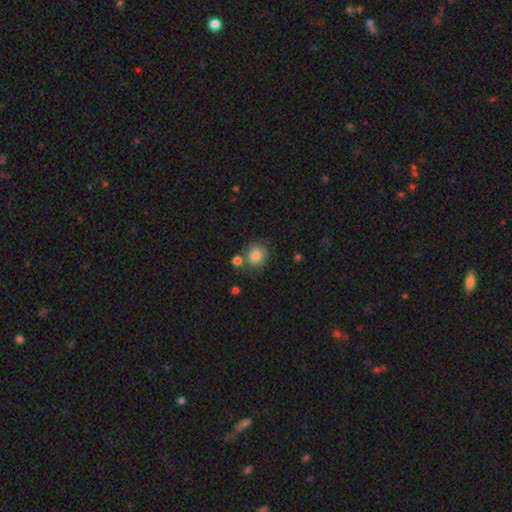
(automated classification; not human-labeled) Smooth or featured?
  - smooth: 83% *
  - star or artifact: 10%
  - featured or disk: 8%
How rounded?
  - round: 80% *
  - in between: 19%
  - cigar-shaped: 1%
Merging?
  - none: 70% *
  - minor disturbance: 13%
  - merger: 12%
  - major disturbance: 4%